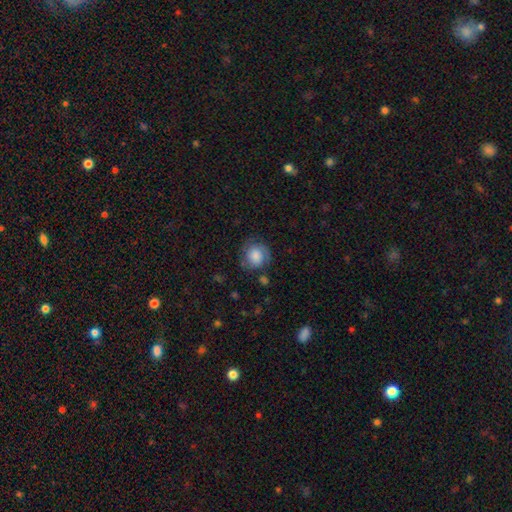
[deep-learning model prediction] Overall: smooth (64%; featured or disk 27%). How rounded: round (84%). Merging: none (67%).